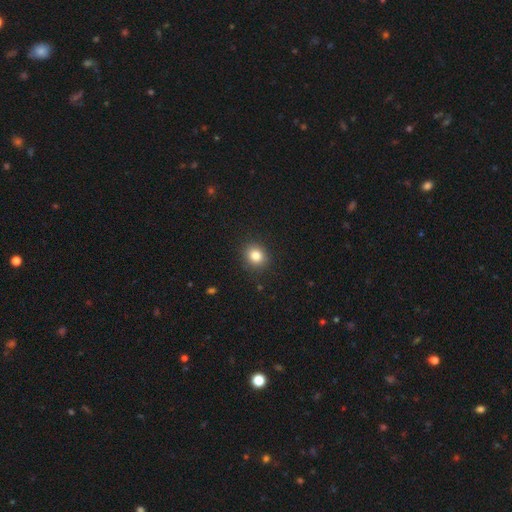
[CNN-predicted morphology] type=smooth (83%); roundness=round (75%); merging=none (90%).